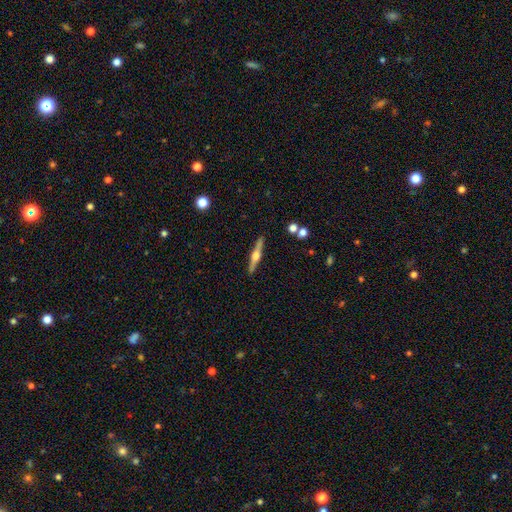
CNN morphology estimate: smooth-or-featured: featured or disk: 73% | smooth: 21% | star or artifact: 6%
  disk-edge-on: yes: 98% | no: 2%
    edge-on-bulge: rounded: 93% | boxy: 5% | none: 2%
  merging: none: 90% | minor disturbance: 7% | merger: 2% | major disturbance: 2%